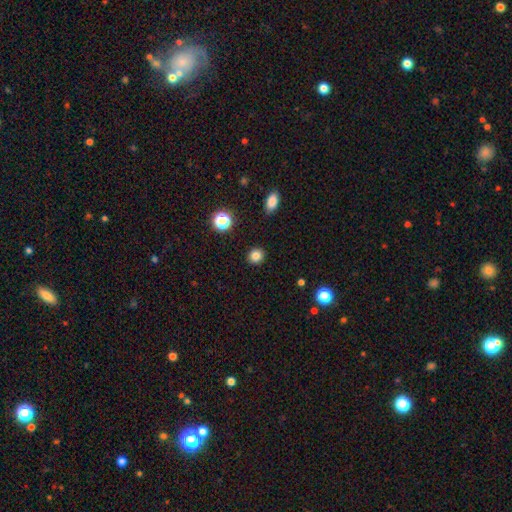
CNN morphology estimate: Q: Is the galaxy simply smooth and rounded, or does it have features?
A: smooth — 83%.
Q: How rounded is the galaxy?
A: round — 87%.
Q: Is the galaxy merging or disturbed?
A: none — 91%.